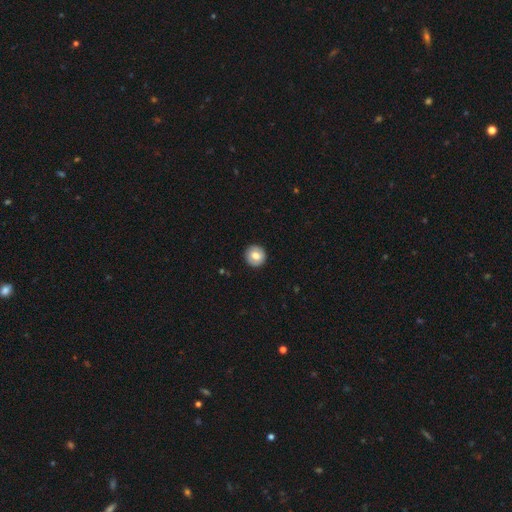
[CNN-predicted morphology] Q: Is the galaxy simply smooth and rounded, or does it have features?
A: smooth — 73%.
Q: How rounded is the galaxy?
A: round — 94%.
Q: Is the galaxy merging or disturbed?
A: none — 92%.